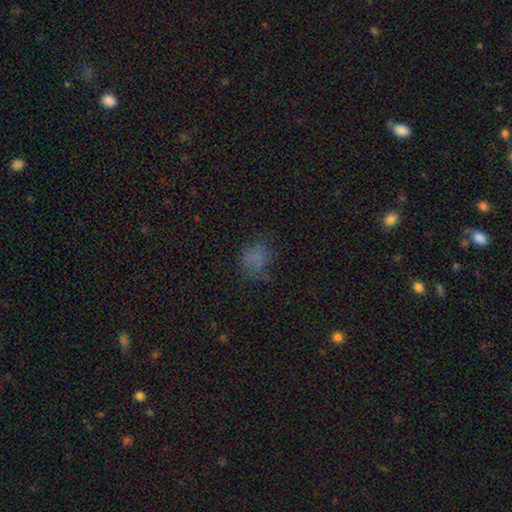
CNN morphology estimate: A smooth galaxy with no disk features (65%) that is in between round and cigar-shaped (55%).

Vote fractions:
- Smooth or featured? smooth: 65% / star or artifact: 21% / featured or disk: 14%
- How rounded? in between: 55% / round: 44% / cigar-shaped: 1%
- Merging? none: 58% / minor disturbance: 24% / major disturbance: 16% / merger: 2%